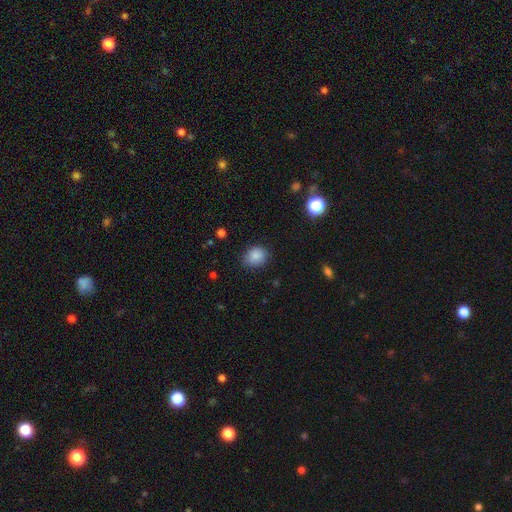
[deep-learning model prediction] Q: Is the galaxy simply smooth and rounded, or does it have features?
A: smooth — 86%.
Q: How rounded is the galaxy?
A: round — 53%.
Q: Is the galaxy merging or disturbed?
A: none — 78%.